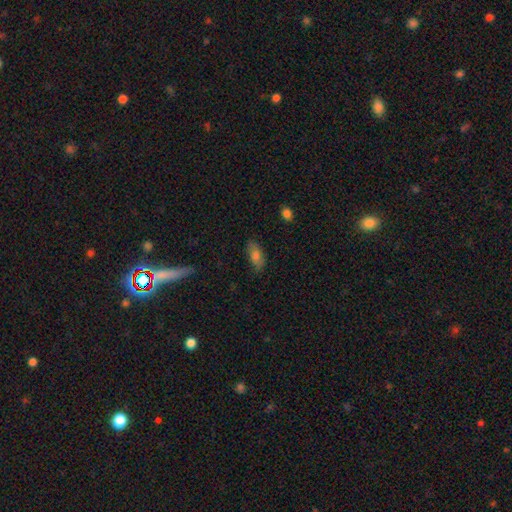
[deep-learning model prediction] Smooth or featured?
  - smooth: 75% *
  - featured or disk: 16%
  - star or artifact: 9%
How rounded?
  - in between: 83% *
  - cigar-shaped: 14%
  - round: 3%
Merging?
  - none: 79% *
  - minor disturbance: 15%
  - major disturbance: 4%
  - merger: 2%